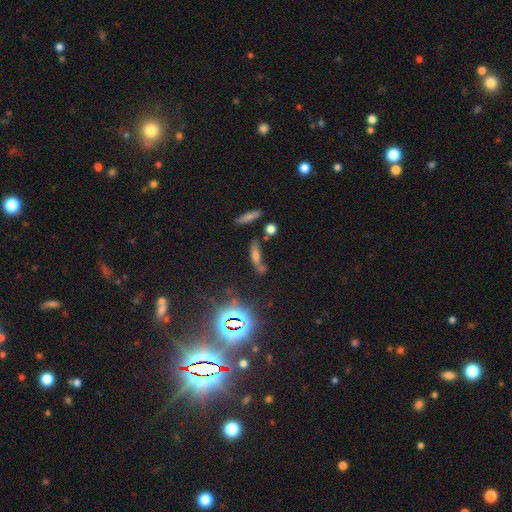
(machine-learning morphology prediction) The model was most divided on "smooth or featured": star or artifact: 40%, smooth: 34%, featured or disk: 26%.